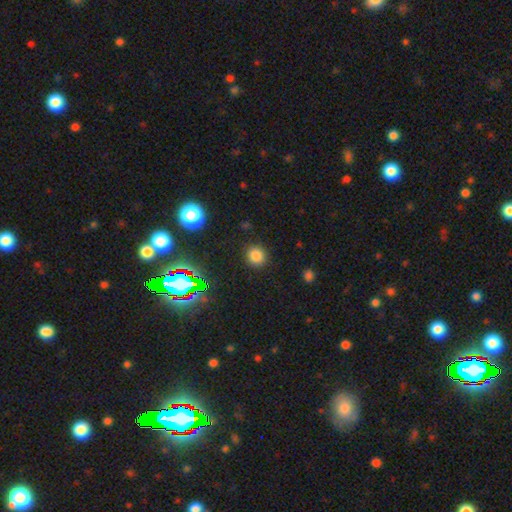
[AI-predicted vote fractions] A smooth galaxy with no disk features (77%) that is round (89%). Merging: none (88%).